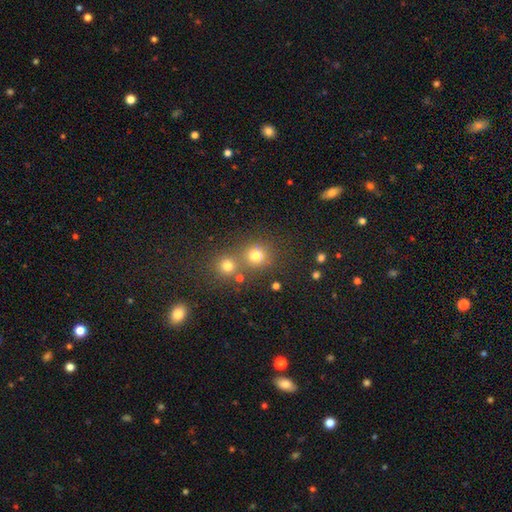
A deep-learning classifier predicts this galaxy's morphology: The model was most divided on "merging": none: 60%, merger: 29%, minor disturbance: 8%, major disturbance: 4%. More confident: how rounded — round (87%); smooth or featured — smooth (75%).